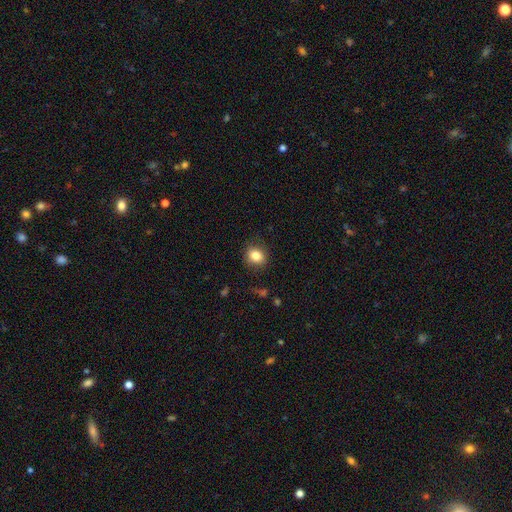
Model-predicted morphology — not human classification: smooth_or_featured: smooth (p=0.83) [alt: star or artifact p=0.10]
how_rounded: round (p=0.65) [alt: in between p=0.34]
merging: none (p=0.84) [alt: minor disturbance p=0.11]